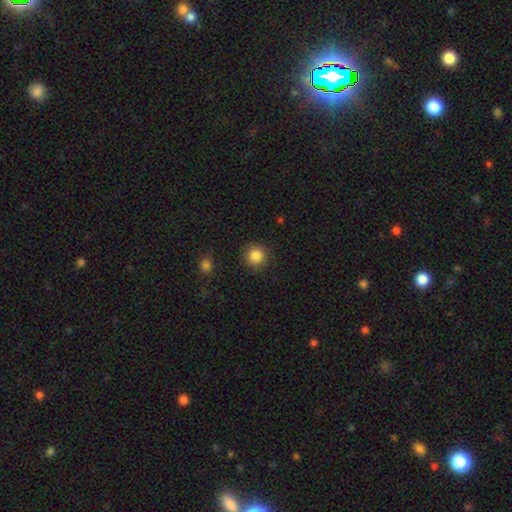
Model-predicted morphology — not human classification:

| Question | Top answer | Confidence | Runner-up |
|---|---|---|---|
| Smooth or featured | smooth | 85% | star or artifact (10%) |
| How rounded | round | 94% | in between (5%) |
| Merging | none | 88% | minor disturbance (8%) |